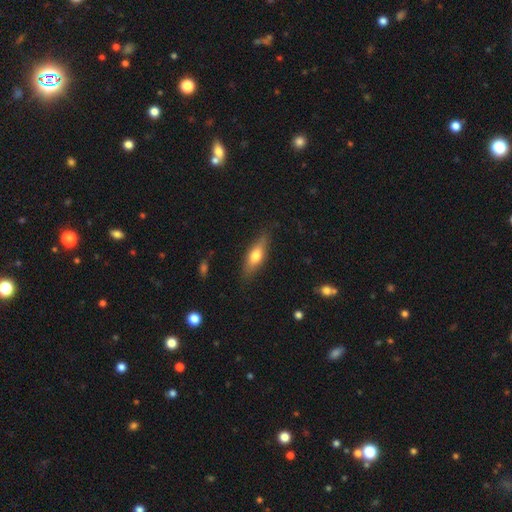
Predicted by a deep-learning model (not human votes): A smooth galaxy with no disk features (63%) that is in between round and cigar-shaped (54%). Merging: none (83%).